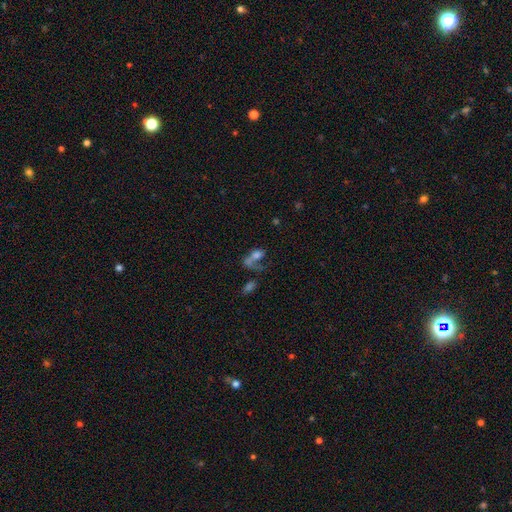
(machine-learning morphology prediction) smooth_or_featured: smooth (p=0.53) [alt: featured or disk p=0.33]
how_rounded: in between (p=0.73) [alt: round p=0.20]
merging: merger (p=0.40) [alt: major disturbance p=0.26]